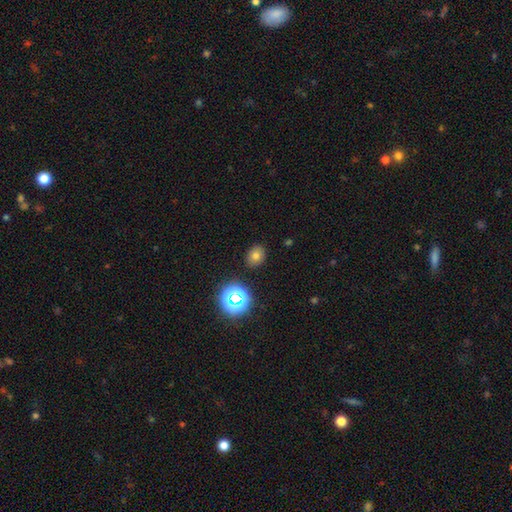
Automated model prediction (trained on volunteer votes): Smooth or featured? Predicted: smooth (p=0.73). How rounded? Predicted: in between (p=0.53). Merging? Predicted: none (p=0.86).